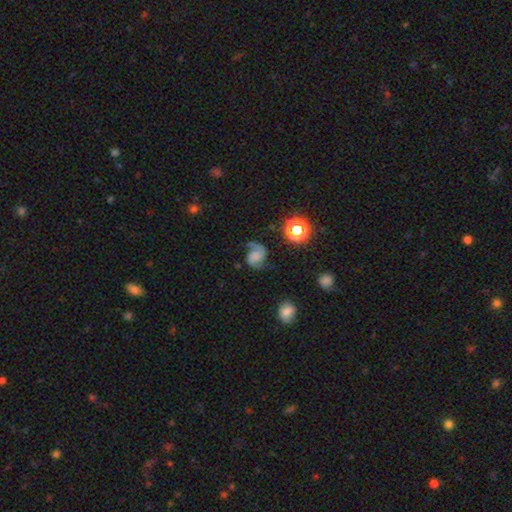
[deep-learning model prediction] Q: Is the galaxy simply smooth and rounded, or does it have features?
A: featured or disk — 79%.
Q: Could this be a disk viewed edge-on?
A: no — 98%.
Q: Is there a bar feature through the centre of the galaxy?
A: no — 59%.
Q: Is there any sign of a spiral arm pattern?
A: yes — 96%.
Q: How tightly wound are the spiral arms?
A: medium — 48%.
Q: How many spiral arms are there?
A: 2 — 91%.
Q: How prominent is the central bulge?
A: none — 55%.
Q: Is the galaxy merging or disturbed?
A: none — 67%.